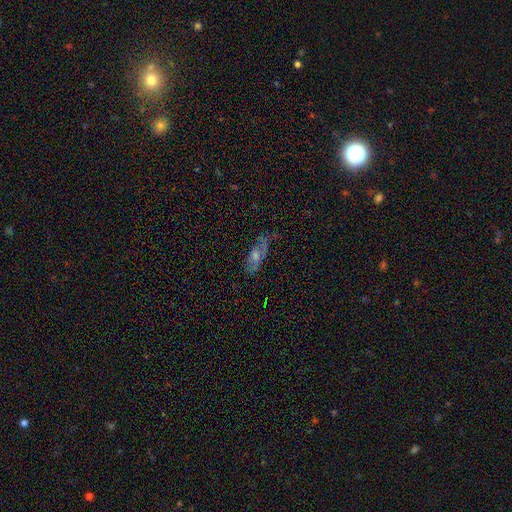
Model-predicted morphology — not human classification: smooth-or-featured: featured or disk: 47% | smooth: 33% | star or artifact: 20%
  merging: none: 68% | minor disturbance: 20% | major disturbance: 9% | merger: 3%